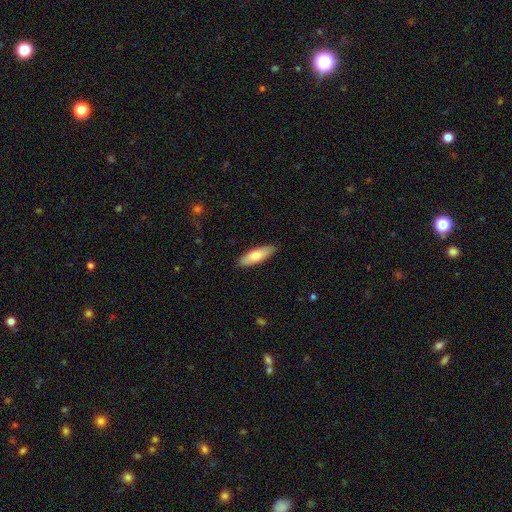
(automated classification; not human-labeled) smooth_or_featured: smooth (p=0.73) [alt: featured or disk p=0.21]
how_rounded: in between (p=0.52) [alt: cigar-shaped p=0.46]
merging: none (p=0.88) [alt: minor disturbance p=0.10]